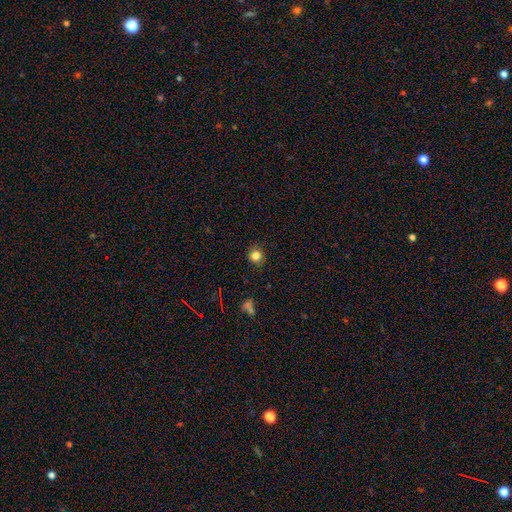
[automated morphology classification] Smooth or featured? Predicted: smooth (p=0.82). How rounded? Predicted: round (p=0.90). Merging? Predicted: none (p=0.88).